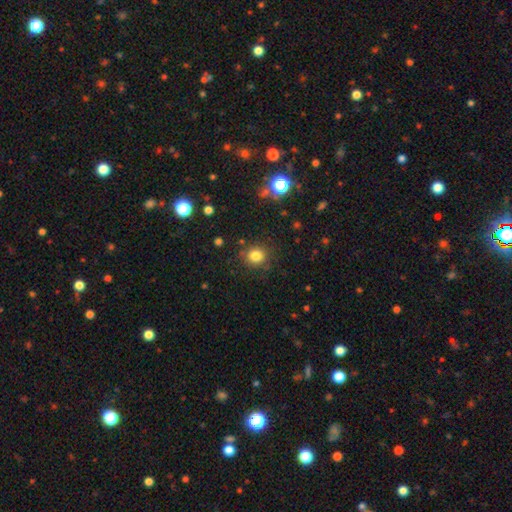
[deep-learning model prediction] The model was most divided on "how rounded": round: 79%, in between: 20%, cigar-shaped: 1%. More confident: merging — none (82%); smooth or featured — smooth (80%).